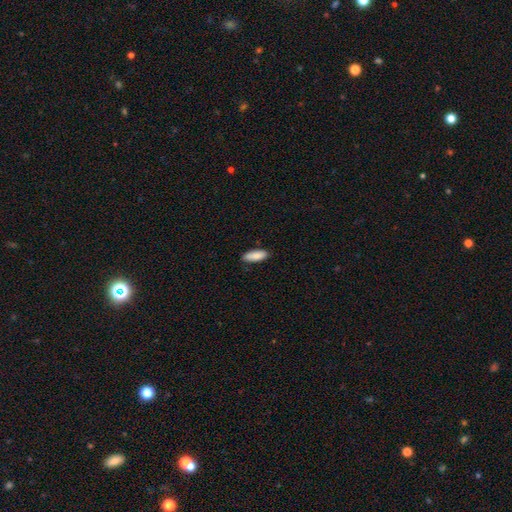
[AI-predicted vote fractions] smooth_or_featured: smooth (p=0.88) [alt: star or artifact p=0.06]
how_rounded: in between (p=0.69) [alt: cigar-shaped p=0.30]
merging: none (p=0.85) [alt: minor disturbance p=0.12]